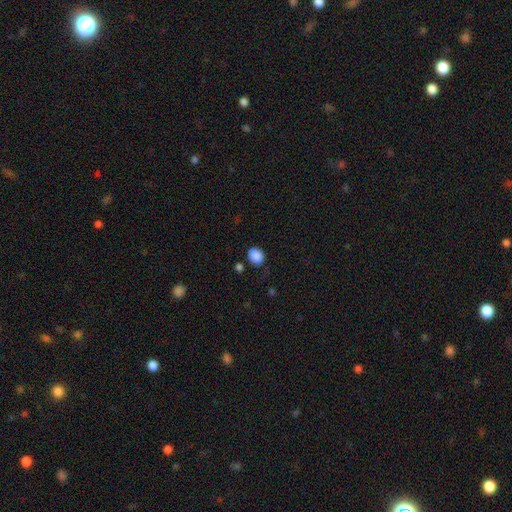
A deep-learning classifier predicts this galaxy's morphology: smooth-or-featured: smooth: 87% | star or artifact: 9% | featured or disk: 3%
  how-rounded: round: 58% | in between: 41% | cigar-shaped: 1%
  merging: none: 76% | minor disturbance: 16% | major disturbance: 4% | merger: 3%